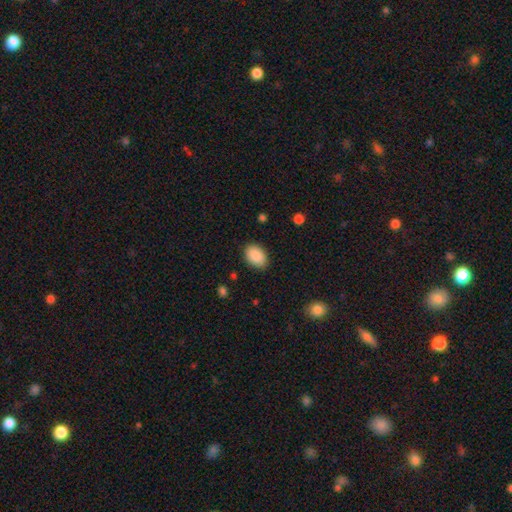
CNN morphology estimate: Smooth or featured? Predicted: smooth (p=0.90). How rounded? Predicted: in between (p=0.81). Merging? Predicted: none (p=0.84).